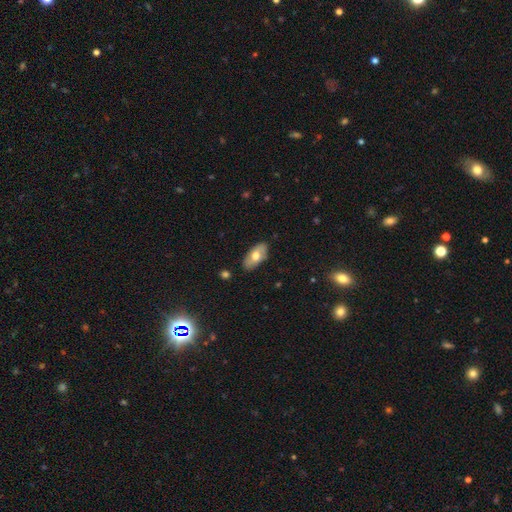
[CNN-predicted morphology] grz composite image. It shows a smooth galaxy with no disk features (63%) that is in between round and cigar-shaped (92%). Merging: none (84%).